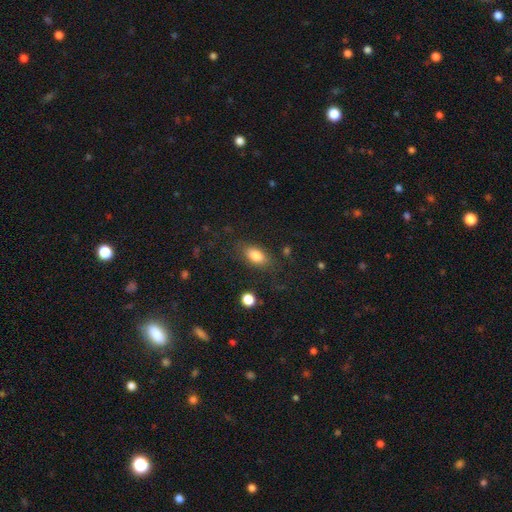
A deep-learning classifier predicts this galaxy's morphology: smooth 81%, featured or disk 10%, star or artifact 8%. Down the decision tree: how rounded — in between (87%); merging — none (77%).